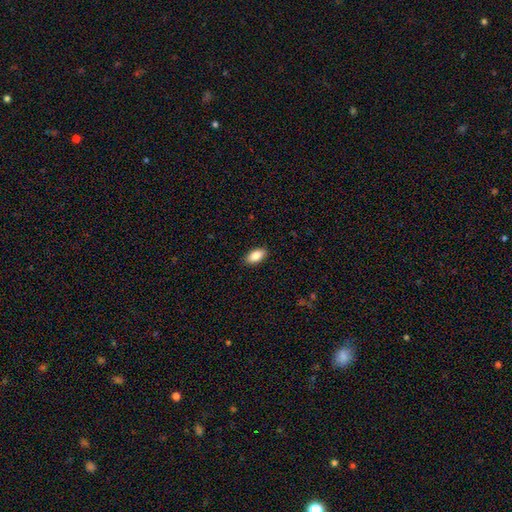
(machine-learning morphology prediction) This appears to be a smooth galaxy with no disk features (87%) that is in between round and cigar-shaped (92%). Merging: none (89%).